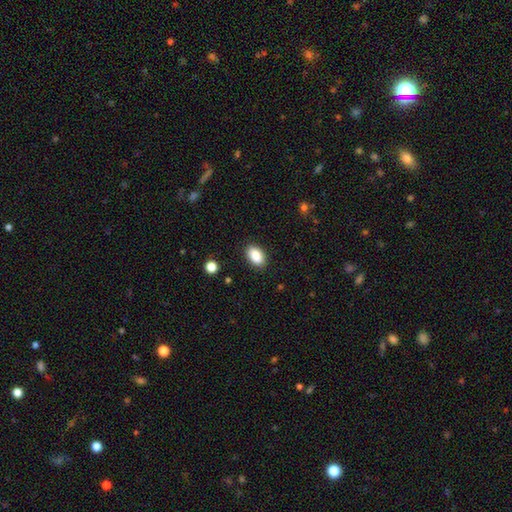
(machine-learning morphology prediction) This appears to be a smooth galaxy with no disk features (89%) that is in between round and cigar-shaped (91%). Merging: none (89%).